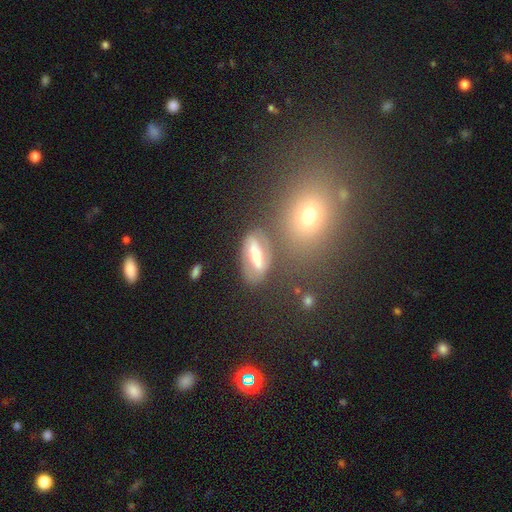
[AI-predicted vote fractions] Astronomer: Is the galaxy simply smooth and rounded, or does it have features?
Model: featured or disk — 47% (runner-up: smooth, 36%).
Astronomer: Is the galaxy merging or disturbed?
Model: none — 70%.